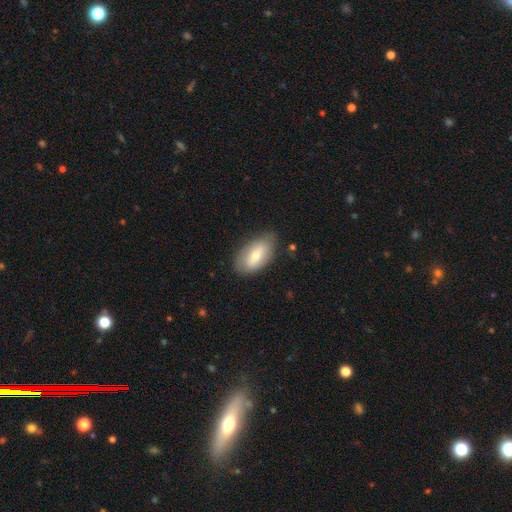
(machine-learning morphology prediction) Smooth or featured? smooth (69%)
How rounded? in between (92%)
Merging? none (78%)